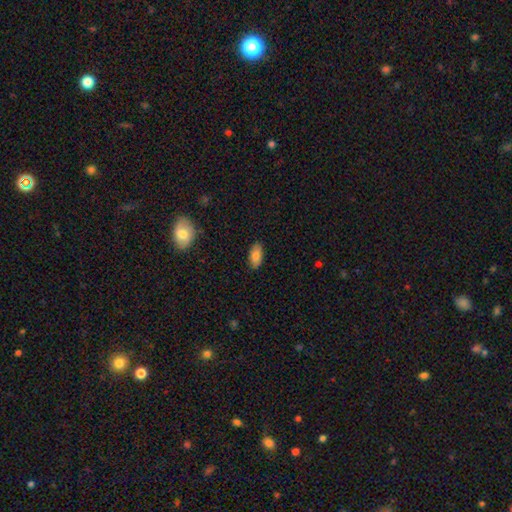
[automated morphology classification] This is clearly a smooth galaxy (81%). How rounded: clearly in between (91%). Merging: clearly none (87%).